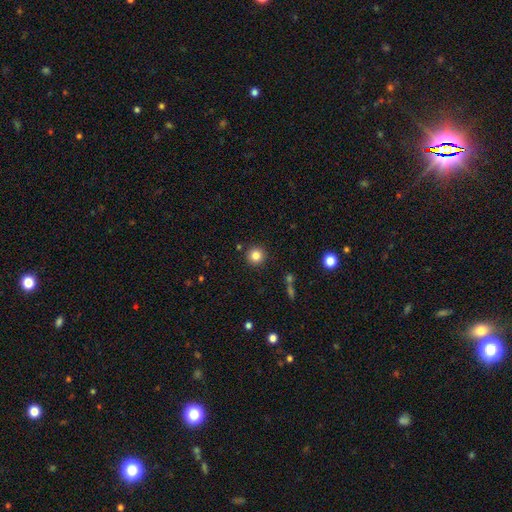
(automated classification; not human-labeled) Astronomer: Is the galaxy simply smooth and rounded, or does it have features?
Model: smooth — 83%.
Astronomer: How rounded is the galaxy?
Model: round — 95%.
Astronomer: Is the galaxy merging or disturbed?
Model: none — 90%.